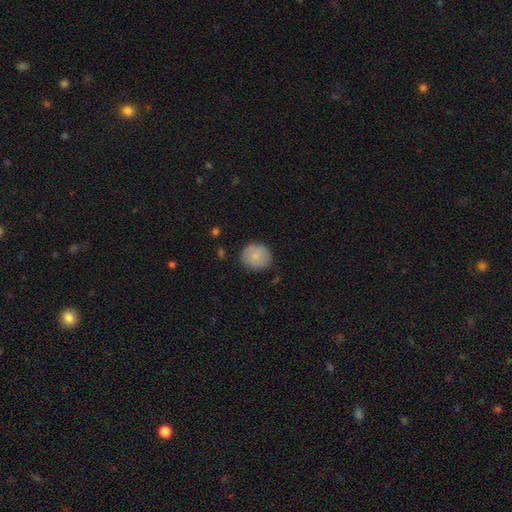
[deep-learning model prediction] Morphology: type=smooth (81%); roundness=round (85%); merging=none (82%).